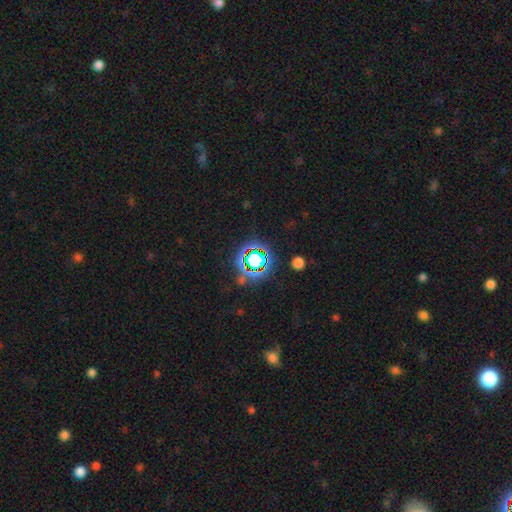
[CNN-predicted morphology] smooth-or-featured: star or artifact: 73% | smooth: 17% | featured or disk: 10%